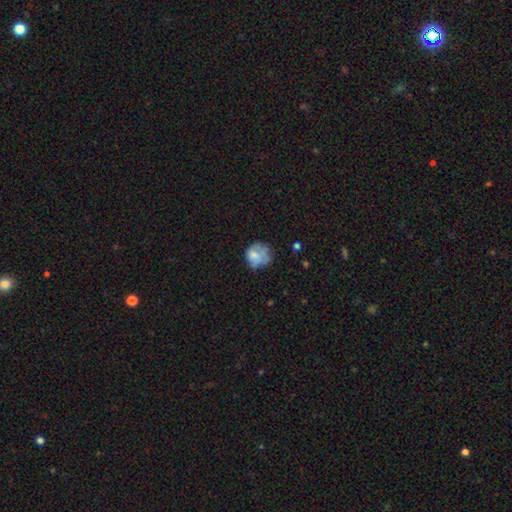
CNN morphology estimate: Overall: smooth (63%; featured or disk 27%). How rounded: round (75%). Merging: none (50%; minor disturbance 29%).